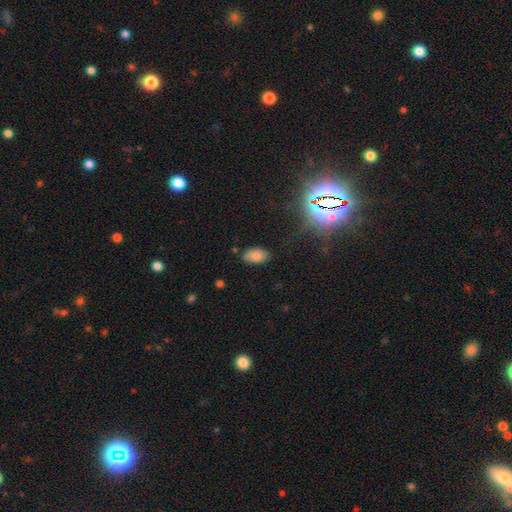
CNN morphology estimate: Smooth or featured: smooth — 82% (star or artifact — 12%)
How rounded: in between — 93% (round — 5%)
Merging: none — 81% (minor disturbance — 14%)